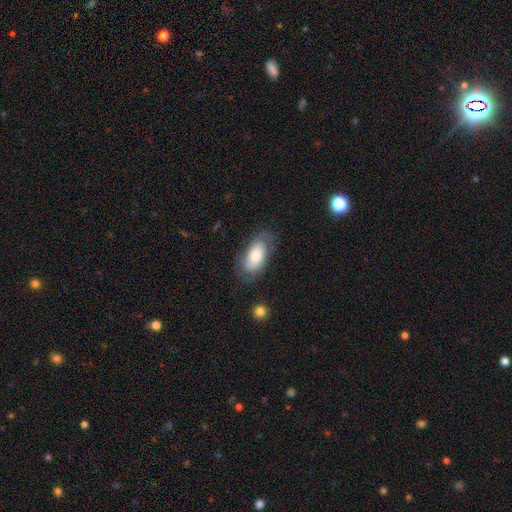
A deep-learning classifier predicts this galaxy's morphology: Smooth or featured?
  - smooth: 47% *
  - featured or disk: 46%
  - star or artifact: 7%
Merging?
  - none: 69% *
  - minor disturbance: 20%
  - major disturbance: 10%
  - merger: 2%